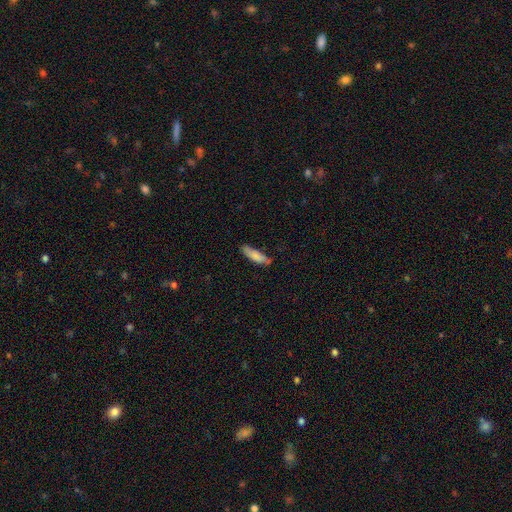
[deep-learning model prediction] smooth-or-featured: smooth: 81% | featured or disk: 13% | star or artifact: 6%
  how-rounded: cigar-shaped: 62% | in between: 36% | round: 1%
  merging: none: 69% | minor disturbance: 24% | major disturbance: 5% | merger: 2%